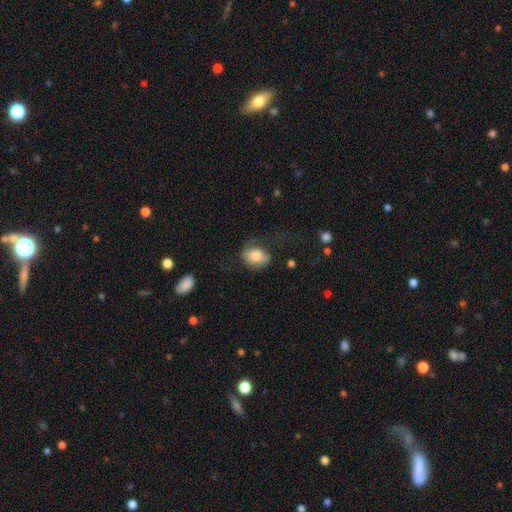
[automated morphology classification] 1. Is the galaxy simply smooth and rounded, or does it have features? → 77% smooth, 15% featured or disk, 7% star or artifact.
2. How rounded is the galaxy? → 64% in between, 34% round, 1% cigar-shaped.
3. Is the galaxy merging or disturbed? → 56% none, 26% minor disturbance, 16% major disturbance, 2% merger.